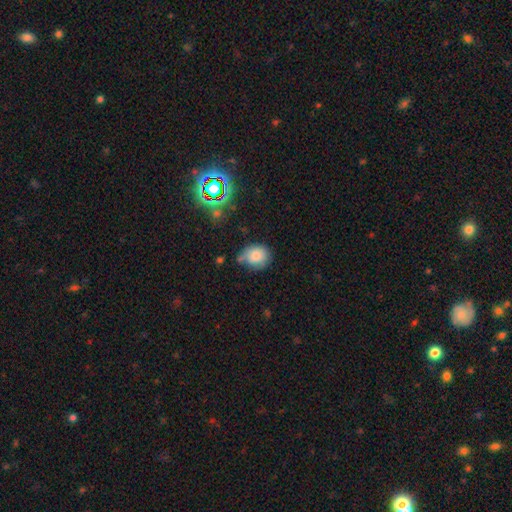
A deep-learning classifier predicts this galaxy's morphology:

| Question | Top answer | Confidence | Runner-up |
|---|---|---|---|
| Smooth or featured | smooth | 80% | star or artifact (11%) |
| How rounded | round | 55% | in between (43%) |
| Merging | none | 50% | minor disturbance (33%) |